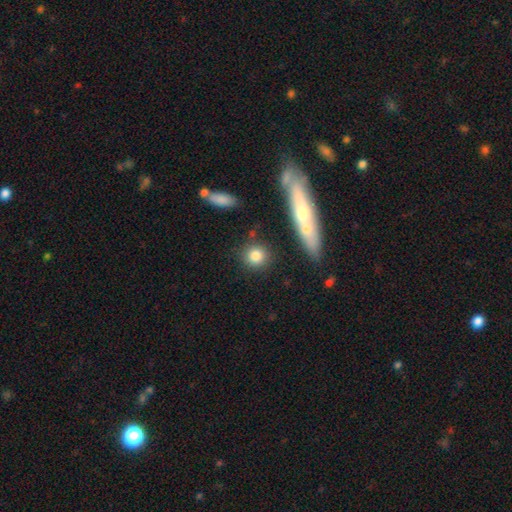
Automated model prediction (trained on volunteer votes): smooth_or_featured: smooth (p=0.82) [alt: star or artifact p=0.09]
how_rounded: round (p=0.86) [alt: in between p=0.12]
merging: none (p=0.83) [alt: minor disturbance p=0.08]